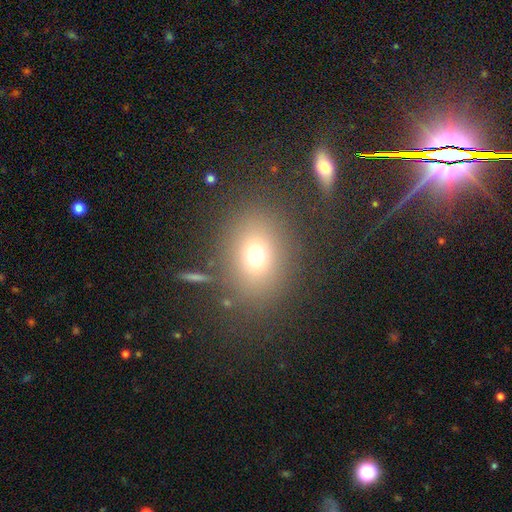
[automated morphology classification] Smooth or featured?
  - smooth: 71% *
  - star or artifact: 18%
  - featured or disk: 12%
How rounded?
  - round: 53% *
  - in between: 45%
  - cigar-shaped: 1%
Merging?
  - none: 80% *
  - minor disturbance: 9%
  - major disturbance: 6%
  - merger: 5%